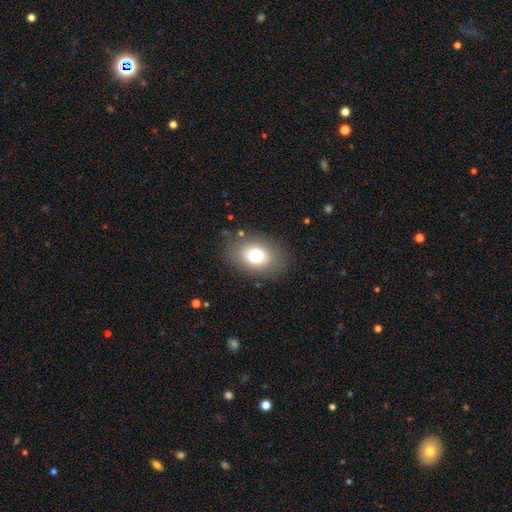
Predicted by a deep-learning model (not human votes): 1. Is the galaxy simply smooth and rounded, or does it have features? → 74% smooth, 16% featured or disk, 10% star or artifact.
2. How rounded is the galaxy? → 75% in between, 24% round, 1% cigar-shaped.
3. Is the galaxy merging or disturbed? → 83% none, 11% minor disturbance, 5% major disturbance, 1% merger.